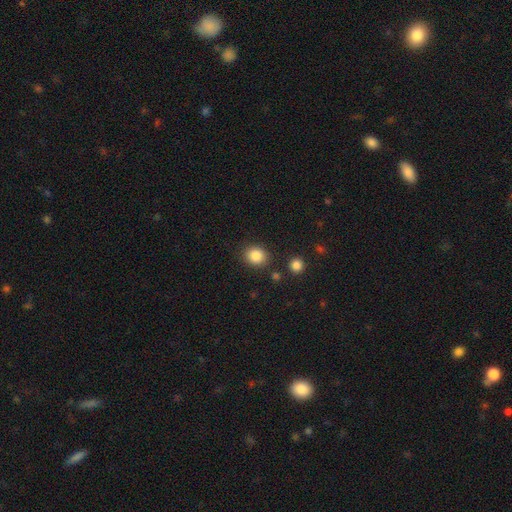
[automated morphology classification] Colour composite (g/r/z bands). It shows a smooth galaxy with no disk features (86%) that is round (70%). Merging: none (84%).